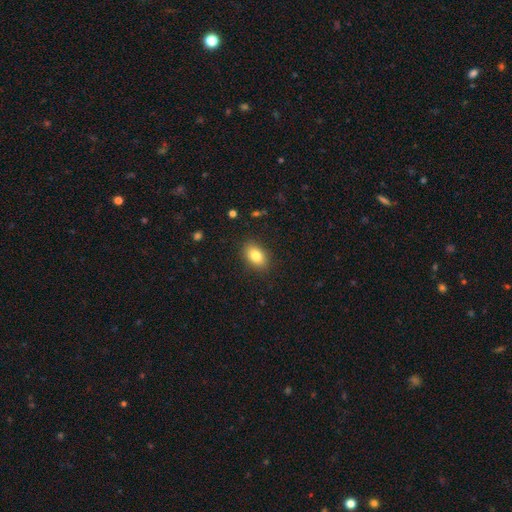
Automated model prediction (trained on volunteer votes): smooth-or-featured: smooth: 83% | featured or disk: 9% | star or artifact: 8%
  how-rounded: in between: 86% | round: 12% | cigar-shaped: 2%
  merging: none: 87% | minor disturbance: 9% | major disturbance: 3% | merger: 1%